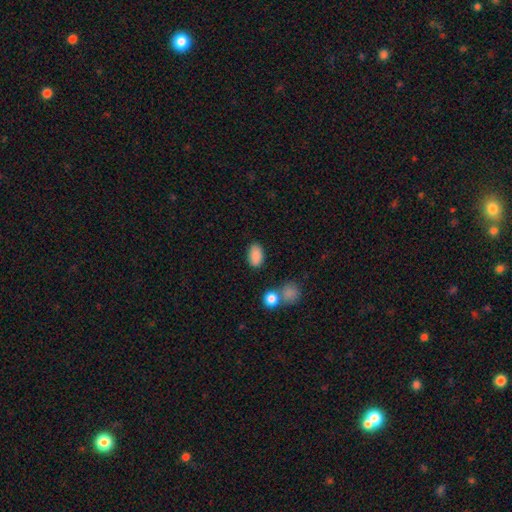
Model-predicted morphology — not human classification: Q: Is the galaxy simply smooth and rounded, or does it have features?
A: smooth — 88%.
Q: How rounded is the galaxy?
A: in between — 91%.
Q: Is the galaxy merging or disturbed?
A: none — 82%.